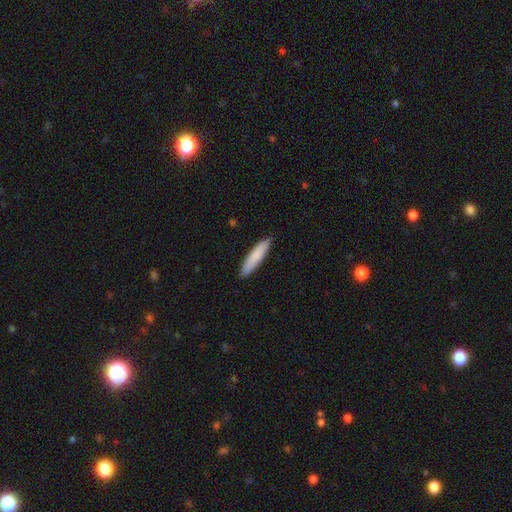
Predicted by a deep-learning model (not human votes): The model was most divided on "smooth or featured": smooth: 83%, featured or disk: 11%, star or artifact: 6%. More confident: merging — none (90%); how rounded — cigar-shaped (86%).